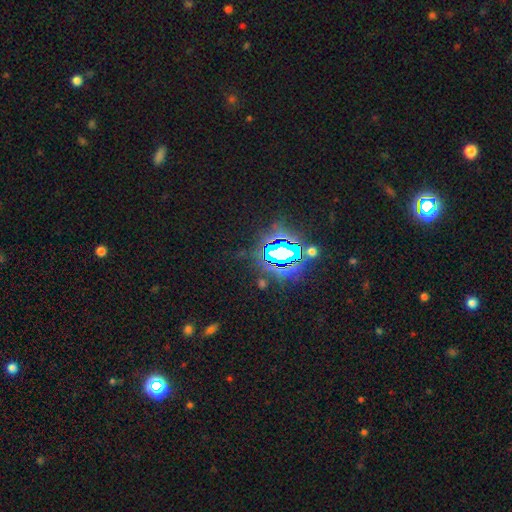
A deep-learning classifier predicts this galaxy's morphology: Smooth or featured: star or artifact — 81% (smooth — 11%)